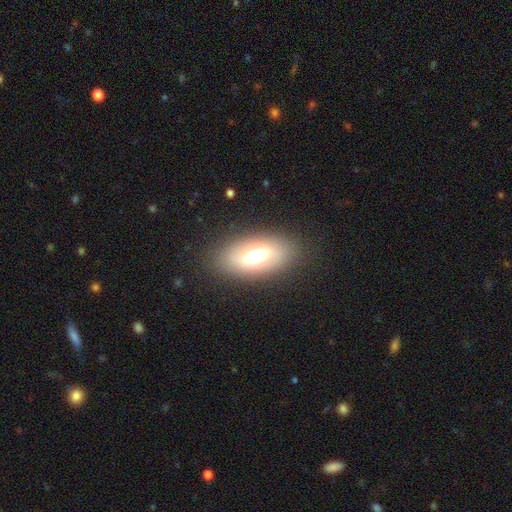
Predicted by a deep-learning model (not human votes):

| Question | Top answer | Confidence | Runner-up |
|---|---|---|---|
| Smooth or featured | smooth | 55% | featured or disk (36%) |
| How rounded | in between | 86% | cigar-shaped (8%) |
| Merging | none | 84% | minor disturbance (10%) |